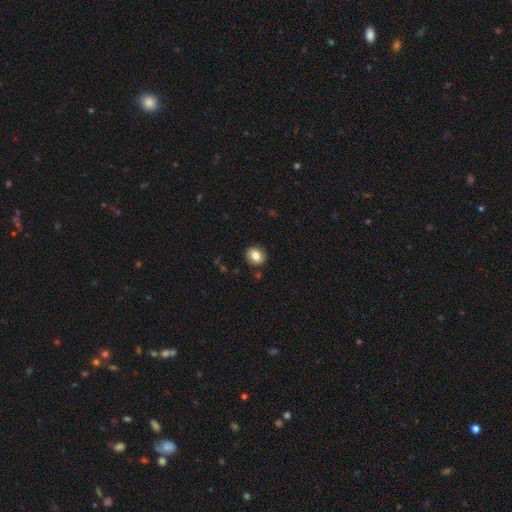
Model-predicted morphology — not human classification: type=smooth (76%); roundness=round (79%); merging=none (86%).